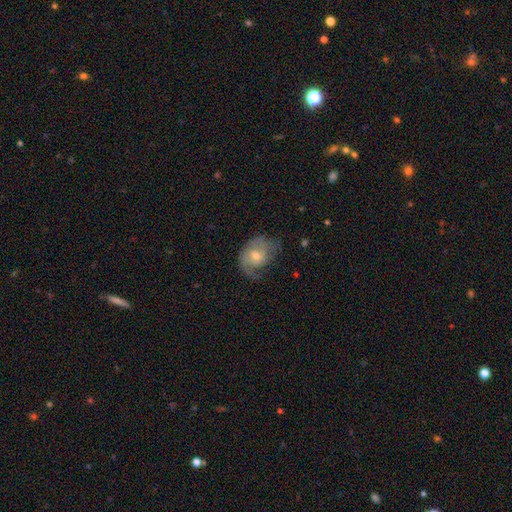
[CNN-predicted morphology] Smooth or featured? featured or disk (56%)
Edge-on disk? no (96%)
Bar? no (64%)
Spiral arms? yes (77%)
Bulge size? moderate (50%)
Merging? none (41%)